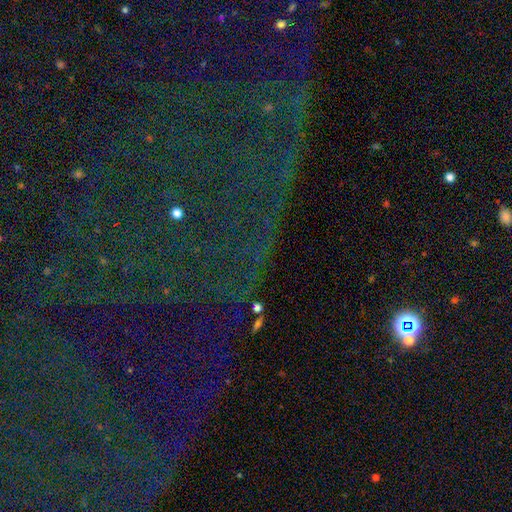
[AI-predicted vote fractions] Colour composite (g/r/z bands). It shows a star or artifact, not a galaxy (84%).